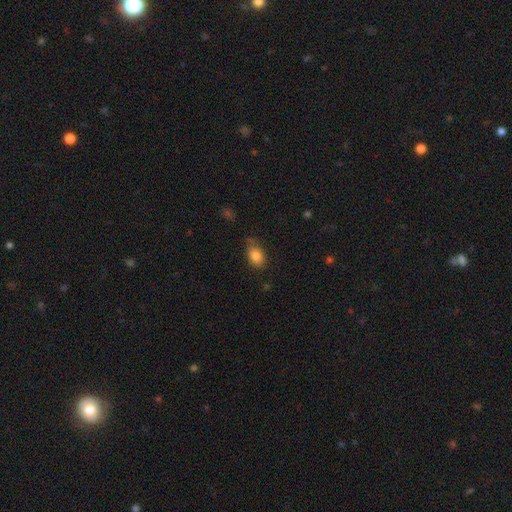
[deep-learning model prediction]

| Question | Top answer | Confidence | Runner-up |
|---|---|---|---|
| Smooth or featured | smooth | 84% | star or artifact (9%) |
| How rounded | in between | 79% | round (19%) |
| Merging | none | 63% | minor disturbance (28%) |